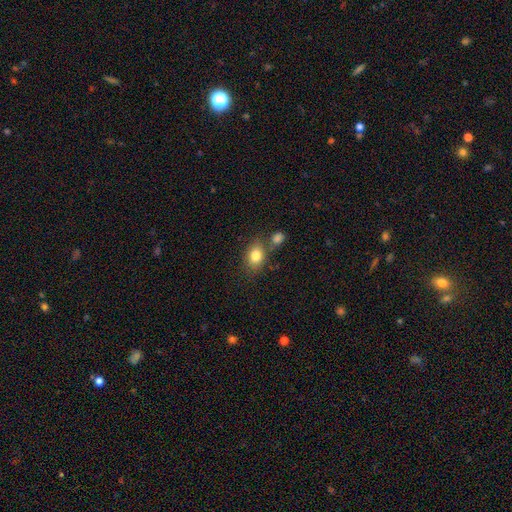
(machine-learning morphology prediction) smooth_or_featured: smooth (p=0.81) [alt: featured or disk p=0.10]
how_rounded: in between (p=0.66) [alt: round p=0.33]
merging: none (p=0.60) [alt: merger p=0.21]